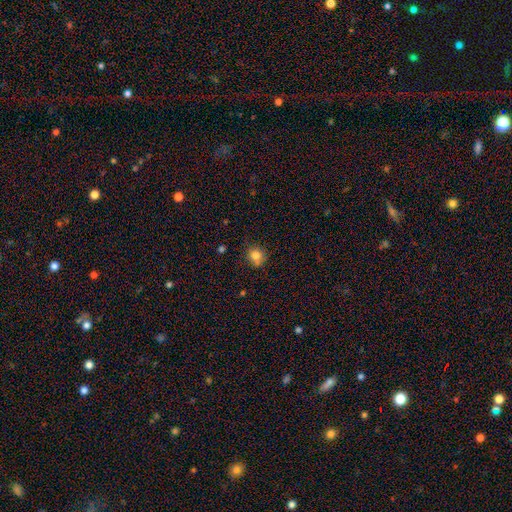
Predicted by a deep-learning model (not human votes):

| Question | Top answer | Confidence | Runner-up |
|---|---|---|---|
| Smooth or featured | smooth | 82% | star or artifact (11%) |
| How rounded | round | 83% | in between (16%) |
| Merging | none | 72% | minor disturbance (20%) |